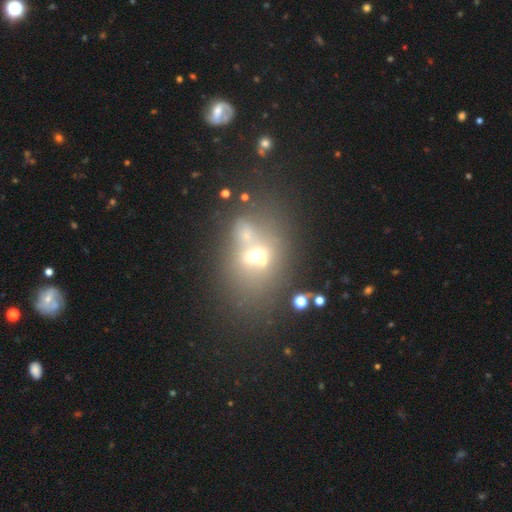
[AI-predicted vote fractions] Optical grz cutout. It shows a smooth galaxy with no disk features (47%). Merging: merger (47%).